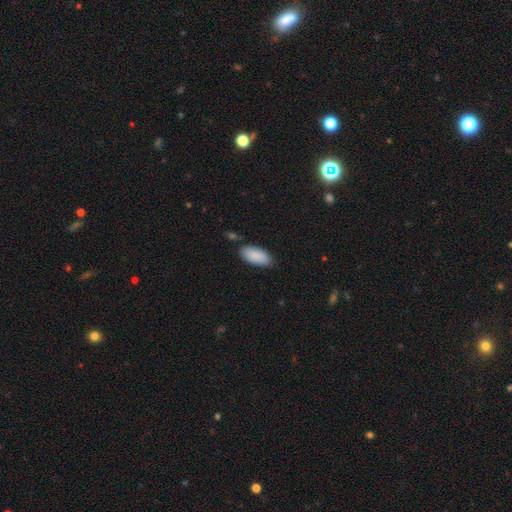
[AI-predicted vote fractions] Morphology: type=smooth (89%); roundness=in between (92%); merging=none (81%).